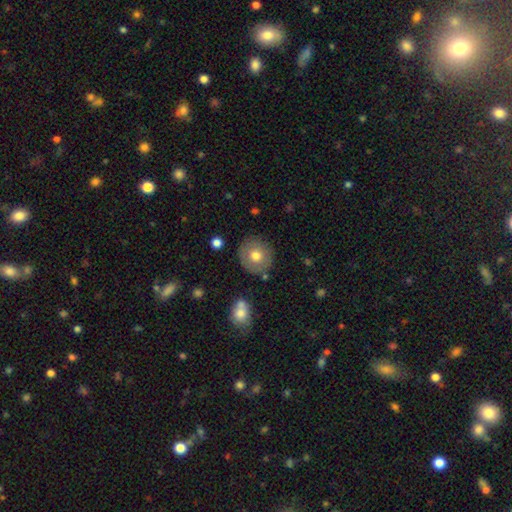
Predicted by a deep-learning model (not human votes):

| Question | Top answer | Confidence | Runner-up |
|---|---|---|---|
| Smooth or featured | smooth | 67% | featured or disk (24%) |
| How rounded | round | 89% | in between (10%) |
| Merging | none | 83% | minor disturbance (10%) |